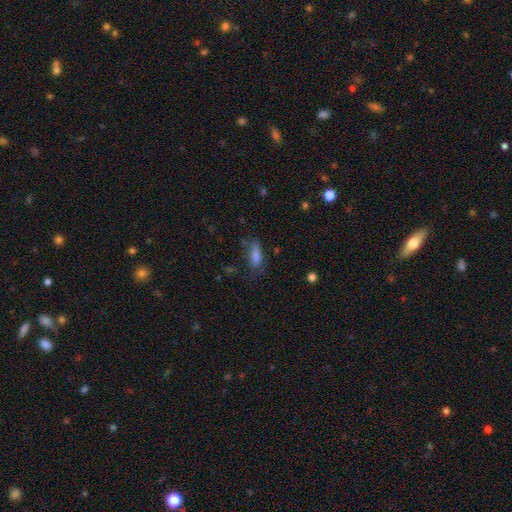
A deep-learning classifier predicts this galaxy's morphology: A smooth galaxy with no disk features (75%) that is in between round and cigar-shaped (67%). Merging: none (56%).